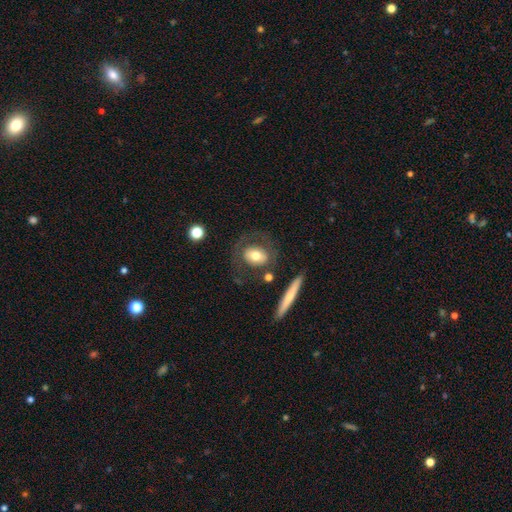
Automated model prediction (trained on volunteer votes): Smooth or featured?
  - smooth: 61% *
  - featured or disk: 31%
  - star or artifact: 7%
How rounded?
  - in between: 54% *
  - round: 43%
  - cigar-shaped: 3%
Merging?
  - none: 63% *
  - minor disturbance: 16%
  - major disturbance: 14%
  - merger: 6%